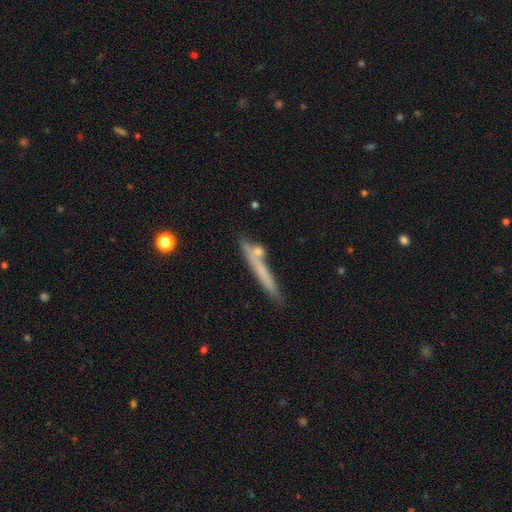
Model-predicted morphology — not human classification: smooth_or_featured: smooth (p=0.59) [alt: featured or disk p=0.33]
how_rounded: cigar-shaped (p=0.87) [alt: in between p=0.08]
merging: none (p=0.63) [alt: merger p=0.17]